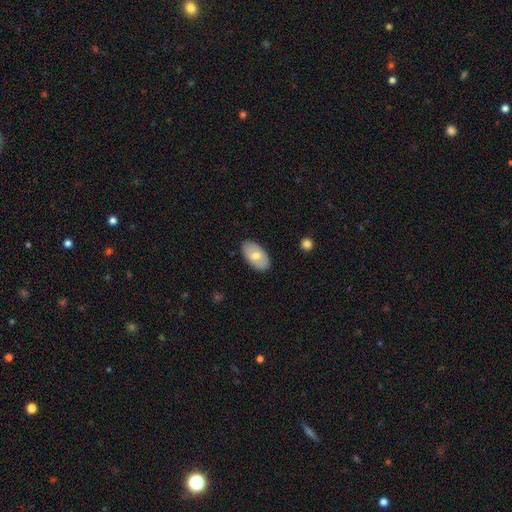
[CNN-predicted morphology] This is likely a smooth galaxy (64%). How rounded: clearly in between (94%). Merging: clearly none (86%).